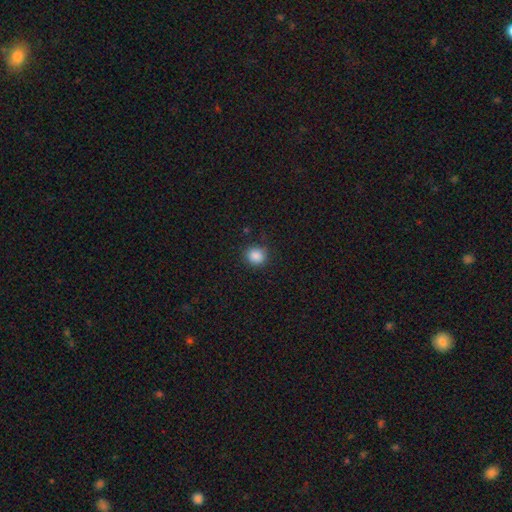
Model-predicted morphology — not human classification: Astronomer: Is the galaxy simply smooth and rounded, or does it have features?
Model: smooth — 87%.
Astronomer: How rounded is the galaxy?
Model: round — 87%.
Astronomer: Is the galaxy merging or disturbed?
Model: none — 85%.